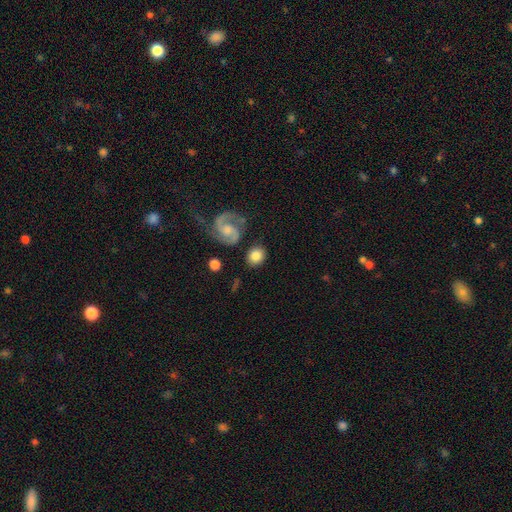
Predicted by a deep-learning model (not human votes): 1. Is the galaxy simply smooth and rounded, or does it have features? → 71% smooth, 22% featured or disk, 7% star or artifact.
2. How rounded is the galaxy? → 66% round, 33% in between, 1% cigar-shaped.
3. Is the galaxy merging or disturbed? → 78% none, 12% minor disturbance, 6% merger, 4% major disturbance.